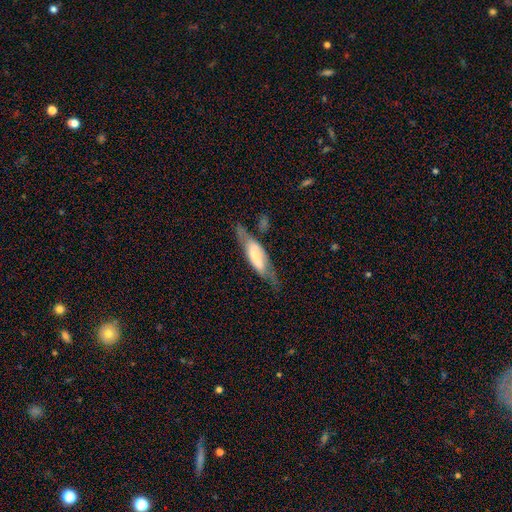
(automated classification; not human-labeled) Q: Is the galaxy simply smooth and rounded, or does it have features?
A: featured or disk — 54%.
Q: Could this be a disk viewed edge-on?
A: no — 54%.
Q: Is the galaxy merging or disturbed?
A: none — 54%.